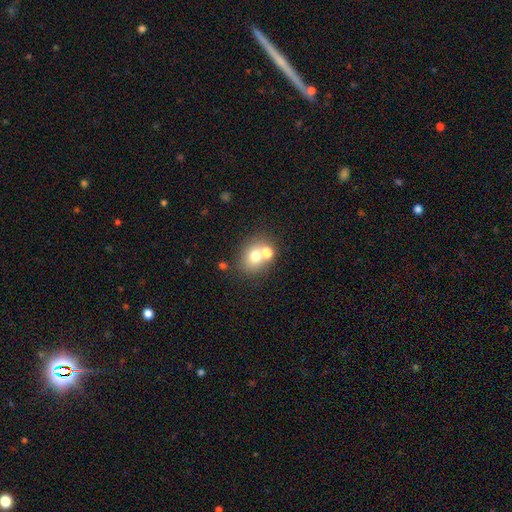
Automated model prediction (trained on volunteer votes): The model was most divided on "merging": none: 53%, merger: 34%, minor disturbance: 9%, major disturbance: 4%. More confident: smooth or featured — smooth (70%); how rounded — round (65%).